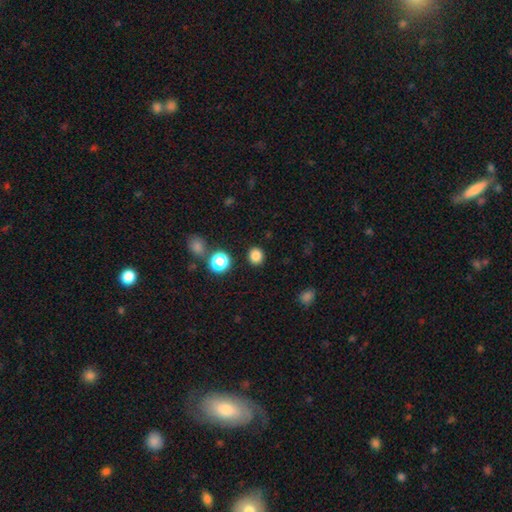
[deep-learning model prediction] This is clearly a smooth galaxy (83%). How rounded: clearly round (84%). Merging: clearly none (90%).